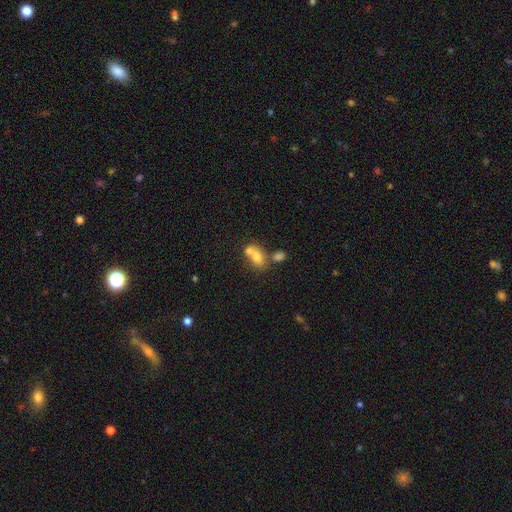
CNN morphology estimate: Smooth or featured?
  - smooth: 70% *
  - featured or disk: 18%
  - star or artifact: 11%
How rounded?
  - in between: 72% *
  - round: 25%
  - cigar-shaped: 3%
Merging?
  - merger: 53% *
  - none: 31%
  - minor disturbance: 11%
  - major disturbance: 6%